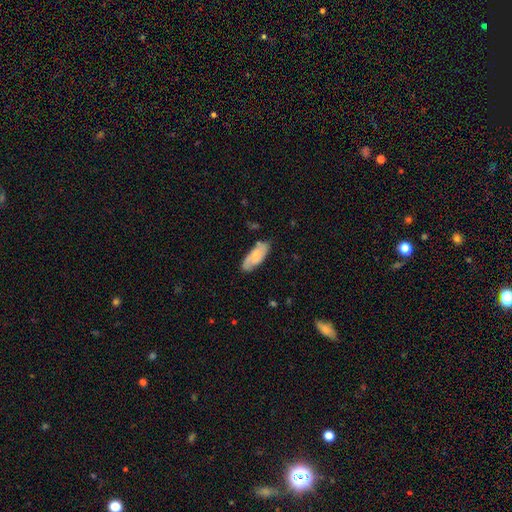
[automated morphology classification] type=featured or disk (50%); merging=none (78%).